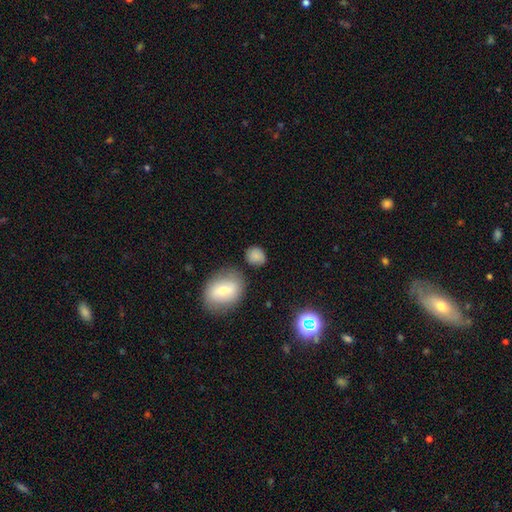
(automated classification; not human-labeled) Smooth or featured: smooth — 82% (star or artifact — 10%)
How rounded: round — 66% (in between — 33%)
Merging: none — 70% (minor disturbance — 18%)